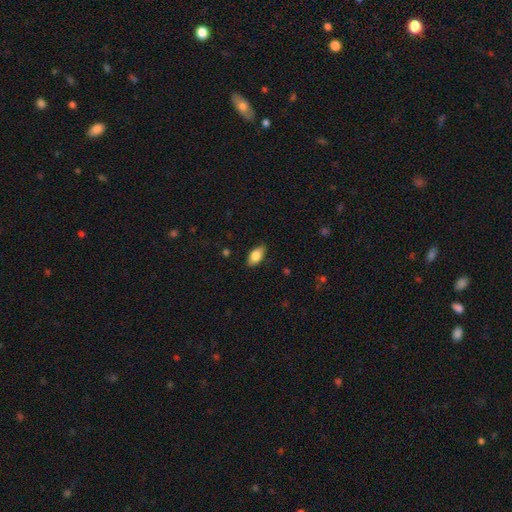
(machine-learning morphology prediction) smooth_or_featured: smooth (p=0.75) [alt: featured or disk p=0.17]
how_rounded: in between (p=0.87) [alt: cigar-shaped p=0.08]
merging: none (p=0.84) [alt: minor disturbance p=0.12]